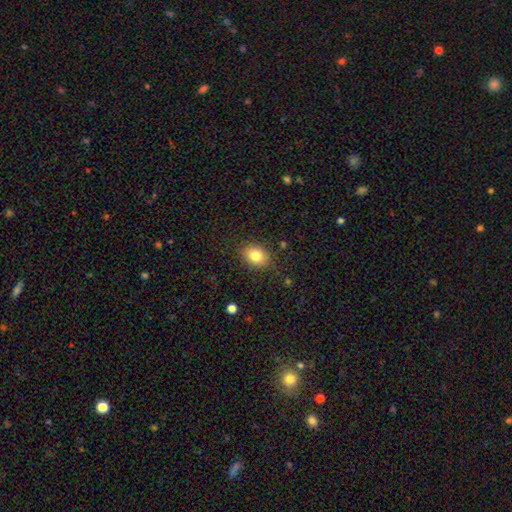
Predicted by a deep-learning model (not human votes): This is clearly a smooth galaxy (82%). How rounded: possibly in between (55%). Merging: clearly none (85%).